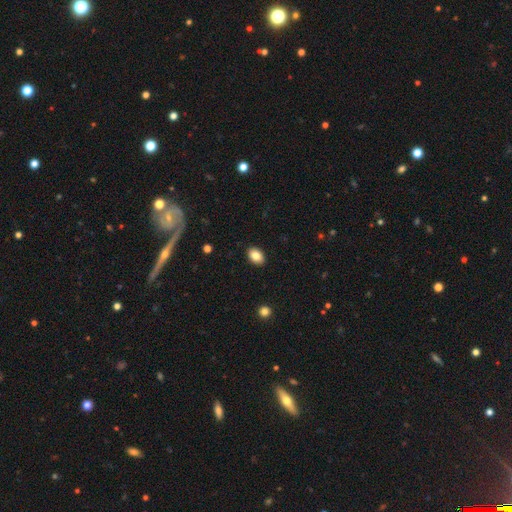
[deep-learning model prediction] A smooth galaxy with no disk features (84%) that is in between round and cigar-shaped (81%).

Vote fractions:
- Smooth or featured? smooth: 84% / star or artifact: 9% / featured or disk: 8%
- How rounded? in between: 81% / round: 18% / cigar-shaped: 1%
- Merging? none: 90% / minor disturbance: 8% / major disturbance: 2% / merger: 1%